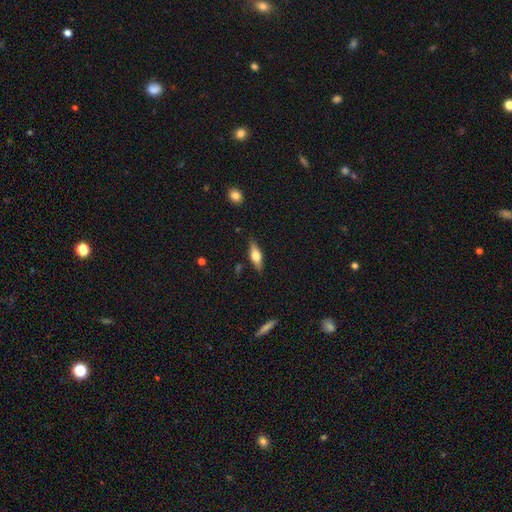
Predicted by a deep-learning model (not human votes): A smooth galaxy with no disk features (47%).

Vote fractions:
- Smooth or featured? smooth: 47% / featured or disk: 46% / star or artifact: 7%
- Merging? none: 85% / minor disturbance: 11% / major disturbance: 2% / merger: 2%